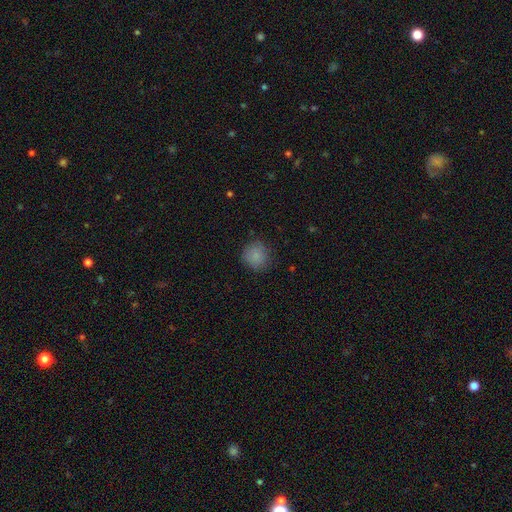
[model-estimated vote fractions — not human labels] Smooth or featured? Predicted: smooth (p=0.85). How rounded? Predicted: round (p=0.89). Merging? Predicted: none (p=0.82).